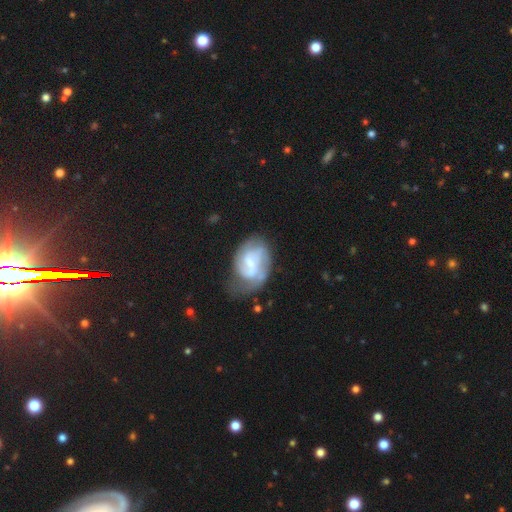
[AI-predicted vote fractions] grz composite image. It shows a featured or disk galaxy (69%) with a weak bar (52%), 2 (42%) medium (43%) spiral arms (82%) and a small central bulge (51%). Merging: none (39%).